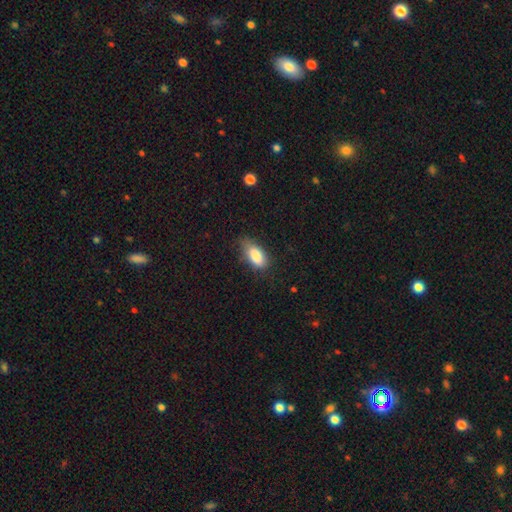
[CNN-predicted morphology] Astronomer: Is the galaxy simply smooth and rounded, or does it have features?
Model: smooth — 85%.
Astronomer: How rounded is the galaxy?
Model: in between — 90%.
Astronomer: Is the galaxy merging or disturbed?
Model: none — 63%.